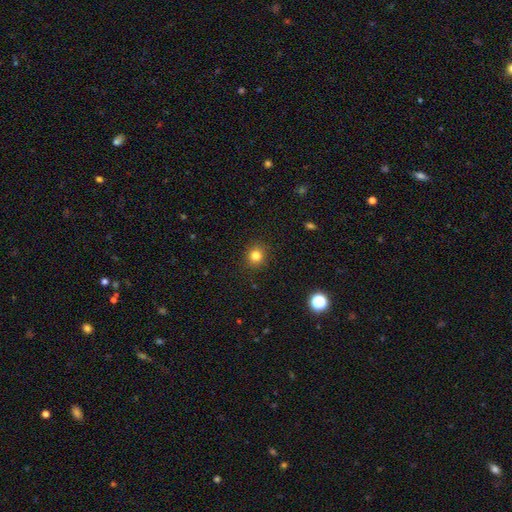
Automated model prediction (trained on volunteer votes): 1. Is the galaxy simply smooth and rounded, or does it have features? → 82% smooth, 13% star or artifact, 6% featured or disk.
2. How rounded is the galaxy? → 87% round, 13% in between, 1% cigar-shaped.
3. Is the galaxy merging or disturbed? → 90% none, 7% minor disturbance, 2% major disturbance, 1% merger.